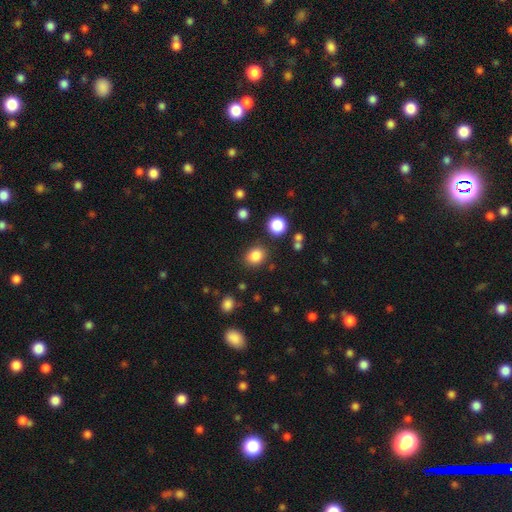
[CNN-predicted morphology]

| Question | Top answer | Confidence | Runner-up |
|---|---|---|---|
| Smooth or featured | smooth | 84% | star or artifact (12%) |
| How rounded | round | 65% | in between (35%) |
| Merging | none | 83% | minor disturbance (9%) |